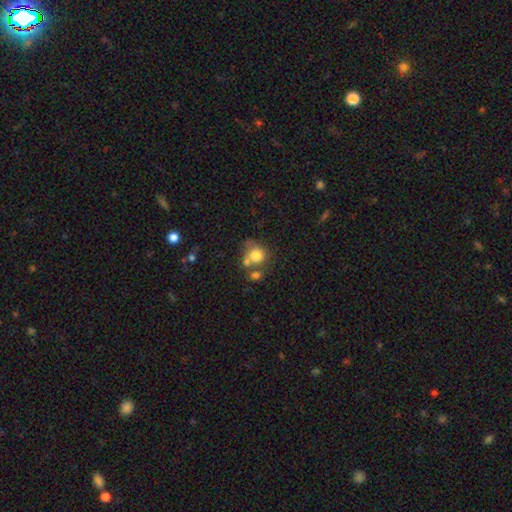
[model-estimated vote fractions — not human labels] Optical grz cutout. It shows a smooth galaxy with no disk features (76%) that is round (78%). Merging: none (41%).